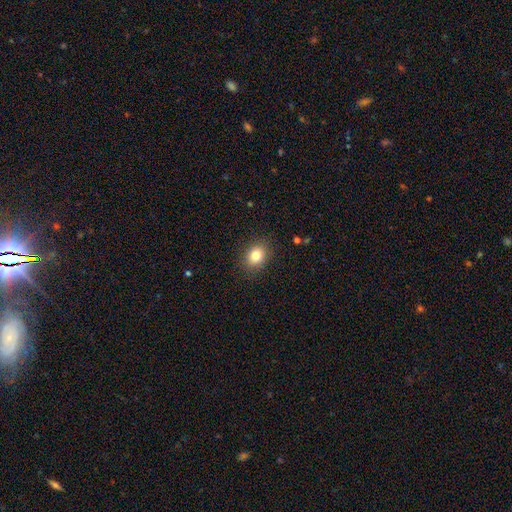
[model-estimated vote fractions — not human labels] smooth-or-featured: smooth: 81% | star or artifact: 10% | featured or disk: 8%
  how-rounded: in between: 56% | round: 43% | cigar-shaped: 1%
  merging: none: 87% | minor disturbance: 9% | major disturbance: 3% | merger: 1%